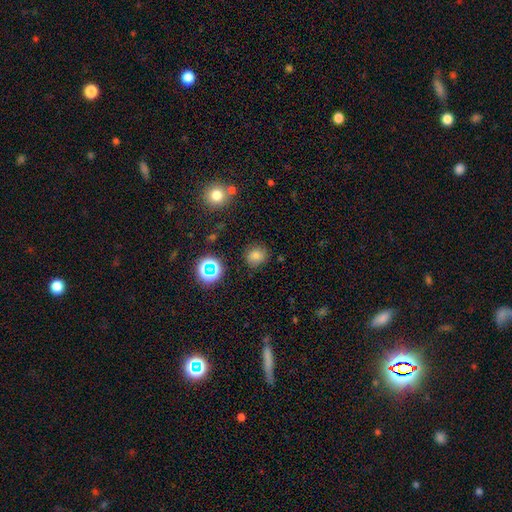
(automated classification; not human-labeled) The model was most divided on "smooth or featured": smooth: 74%, star or artifact: 19%, featured or disk: 7%. More confident: merging — none (82%); how rounded — round (78%).